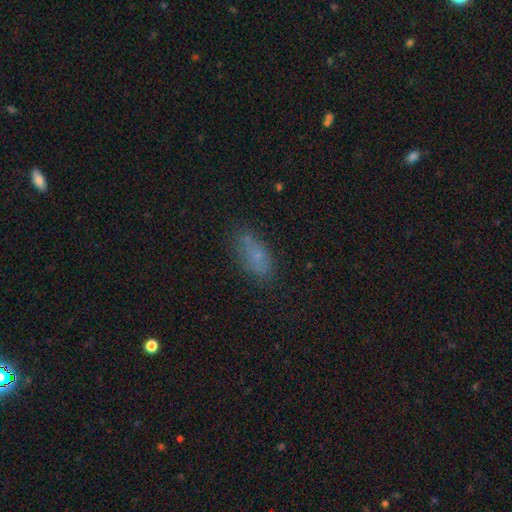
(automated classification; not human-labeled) This is likely a smooth galaxy (64%). How rounded: clearly in between (80%). Merging: likely none (66%).